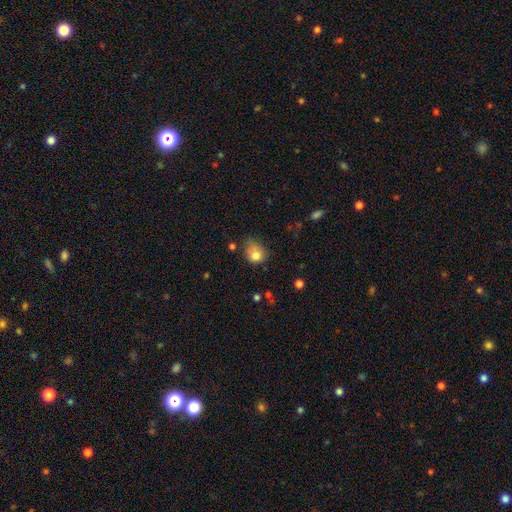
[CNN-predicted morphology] type=smooth (78%); roundness=round (53%); merging=minor disturbance (40%).